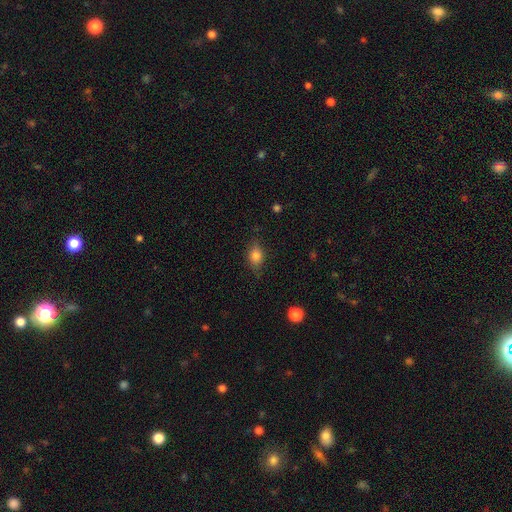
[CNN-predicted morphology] Q: Smooth or featured?
A: smooth (79%); runner-up: featured or disk (11%)
Q: How rounded?
A: in between (73%); runner-up: round (24%)
Q: Merging?
A: none (75%); runner-up: minor disturbance (20%)